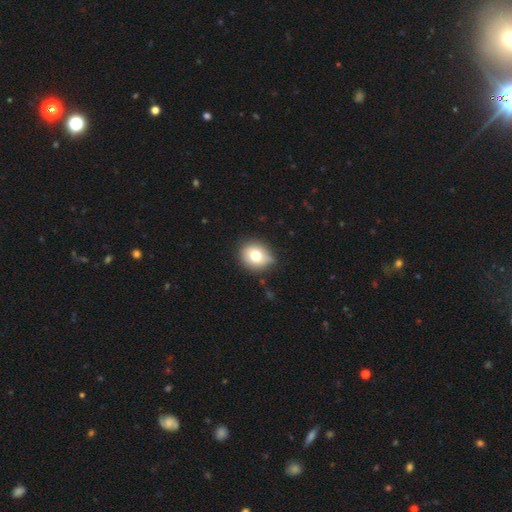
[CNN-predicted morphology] Overall: smooth (73%). How rounded: round (78%). Merging: none (73%).